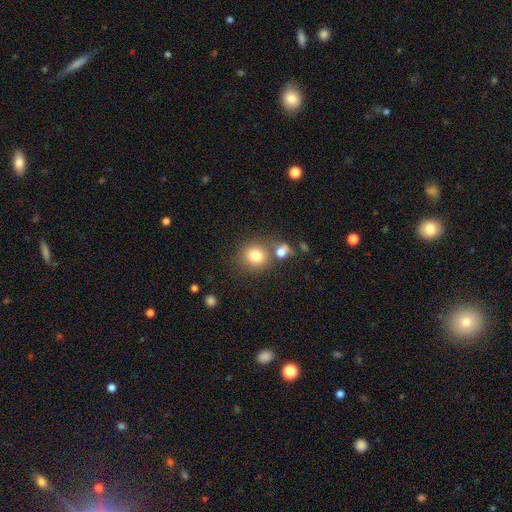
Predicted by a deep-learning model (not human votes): This is likely a smooth galaxy (79%). How rounded: clearly round (85%). Merging: likely none (67%).